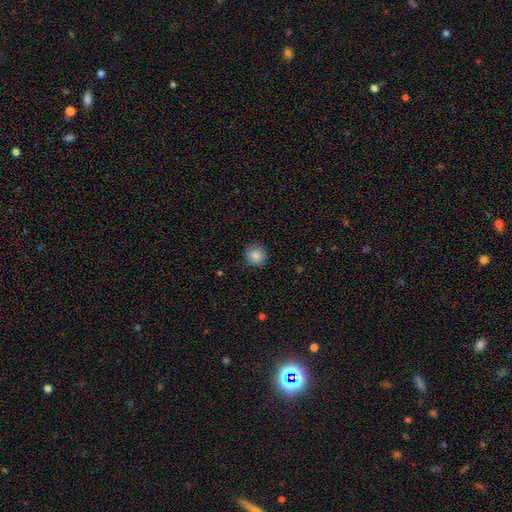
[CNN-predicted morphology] Q: Smooth or featured?
A: smooth (86%); runner-up: star or artifact (9%)
Q: How rounded?
A: round (94%); runner-up: in between (5%)
Q: Merging?
A: none (89%); runner-up: minor disturbance (8%)